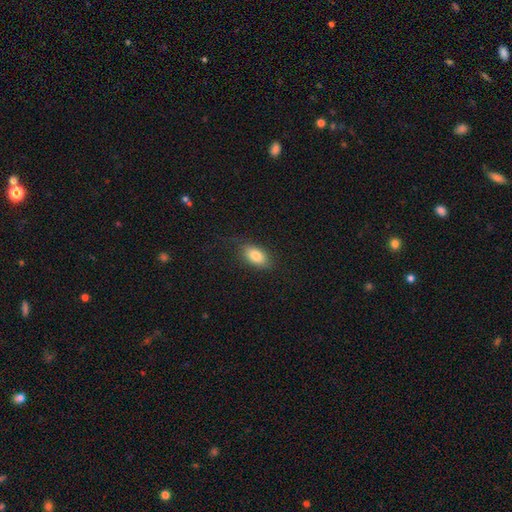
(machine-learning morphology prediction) type=smooth (82%); roundness=in between (90%); merging=none (78%).